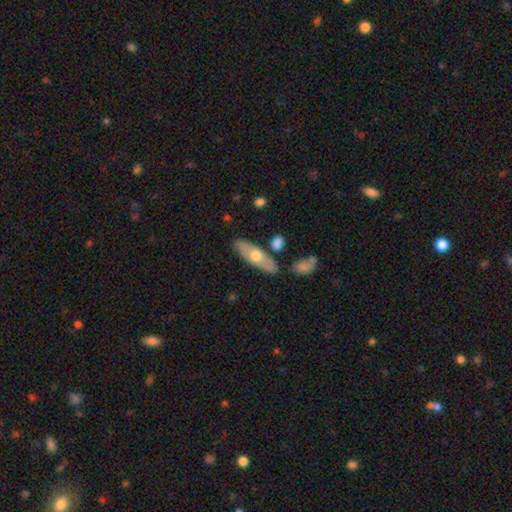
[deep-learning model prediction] Smooth or featured? Predicted: smooth (p=0.52). How rounded? Predicted: in between (p=0.64). Merging? Predicted: none (p=0.80).